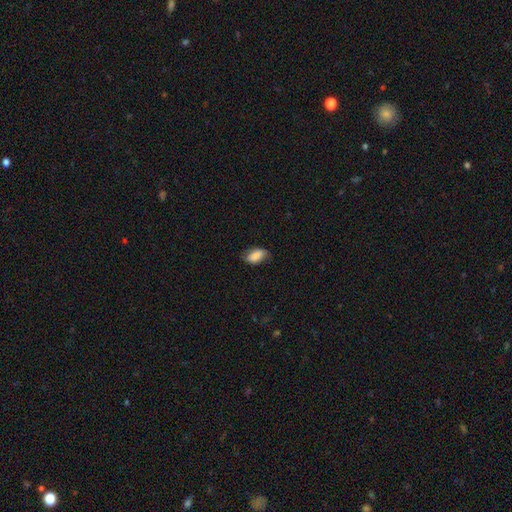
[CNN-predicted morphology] Smooth or featured?
  - smooth: 83% *
  - featured or disk: 10%
  - star or artifact: 7%
How rounded?
  - in between: 92% *
  - round: 5%
  - cigar-shaped: 3%
Merging?
  - none: 72% *
  - minor disturbance: 22%
  - major disturbance: 5%
  - merger: 1%